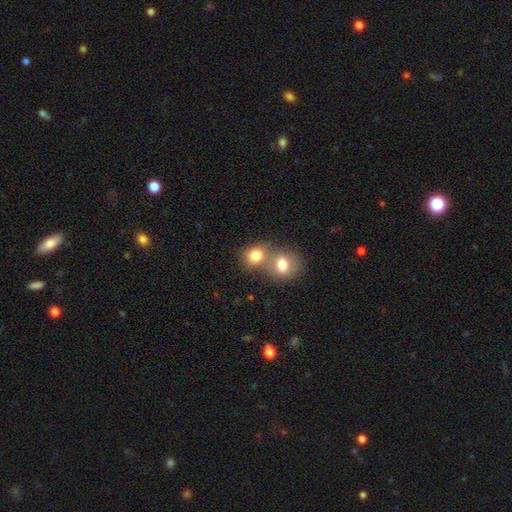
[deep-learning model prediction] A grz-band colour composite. It shows a smooth galaxy with no disk features (79%) that is round (67%). Merging: merger (56%).